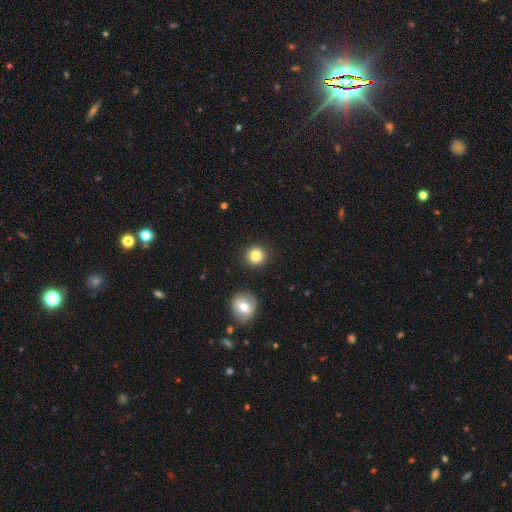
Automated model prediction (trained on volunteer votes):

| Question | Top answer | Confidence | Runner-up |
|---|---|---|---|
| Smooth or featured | smooth | 83% | star or artifact (11%) |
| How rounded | round | 93% | in between (6%) |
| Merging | none | 90% | minor disturbance (6%) |